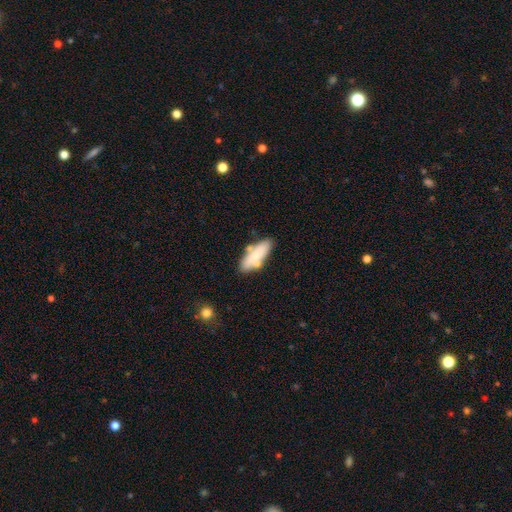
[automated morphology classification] The model was most divided on "how rounded": in between: 63%, cigar-shaped: 35%, round: 2%. More confident: smooth or featured — smooth (76%); merging — none (65%).